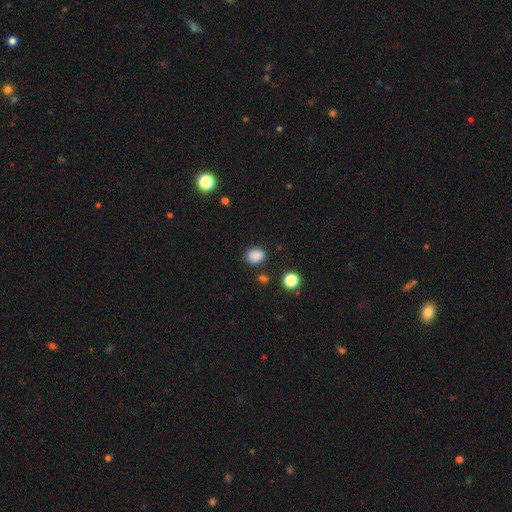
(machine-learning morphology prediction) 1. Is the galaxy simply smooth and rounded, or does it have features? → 86% smooth, 11% star or artifact, 4% featured or disk.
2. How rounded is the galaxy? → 50% round, 49% in between, 1% cigar-shaped.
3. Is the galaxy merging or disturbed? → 80% none, 13% minor disturbance, 4% merger, 3% major disturbance.